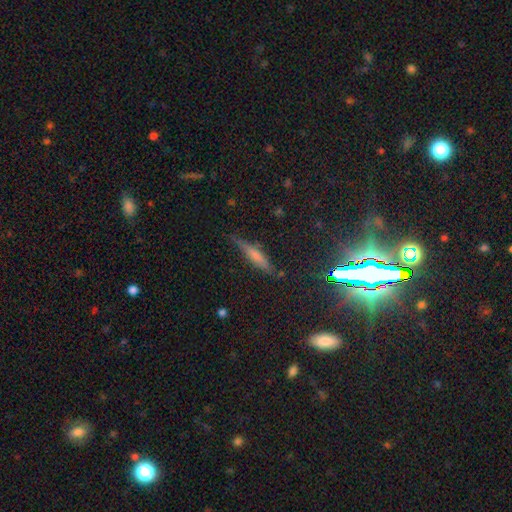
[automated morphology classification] smooth 51%, featured or disk 34%, star or artifact 15%. Down the decision tree: how rounded — cigar-shaped (84%); merging — none (75%).